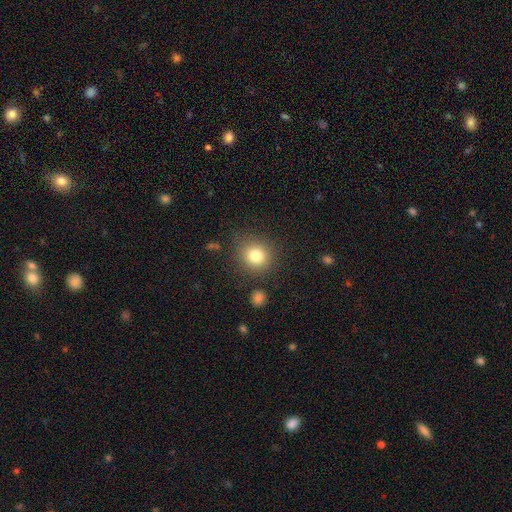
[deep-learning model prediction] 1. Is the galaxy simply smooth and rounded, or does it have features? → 80% smooth, 12% star or artifact, 8% featured or disk.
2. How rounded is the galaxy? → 85% round, 14% in between, 1% cigar-shaped.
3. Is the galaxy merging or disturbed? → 83% none, 10% minor disturbance, 4% major disturbance, 3% merger.